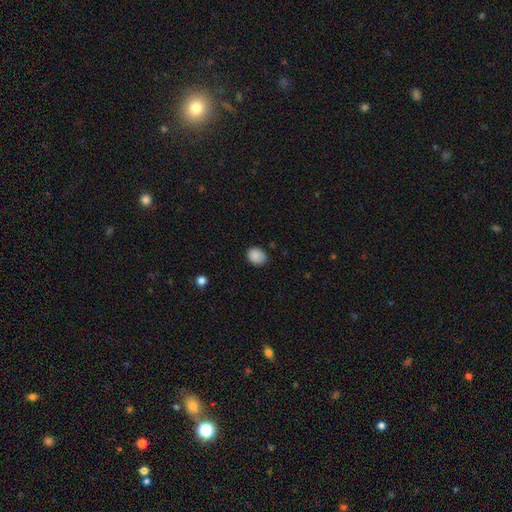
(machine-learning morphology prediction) smooth 87%, star or artifact 9%, featured or disk 4%. Down the decision tree: how rounded — round (51%); merging — none (77%).